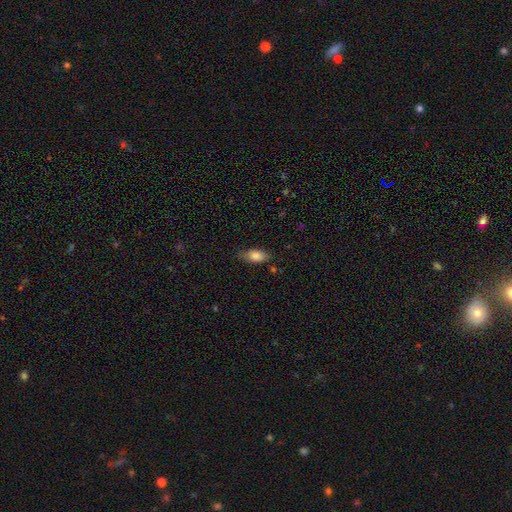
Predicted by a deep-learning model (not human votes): A smooth galaxy with no disk features (83%) that is in between round and cigar-shaped (87%).

Vote fractions:
- Smooth or featured? smooth: 83% / featured or disk: 10% / star or artifact: 8%
- How rounded? in between: 87% / cigar-shaped: 9% / round: 4%
- Merging? none: 71% / minor disturbance: 22% / major disturbance: 5% / merger: 2%